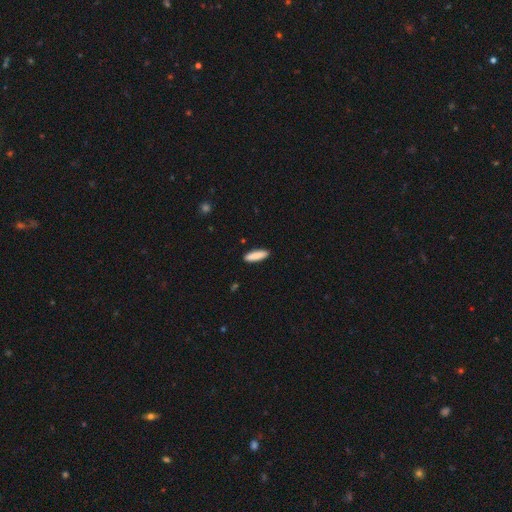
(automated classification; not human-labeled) A smooth galaxy with no disk features (88%) that is cigar-shaped (62%). Merging: none (90%).